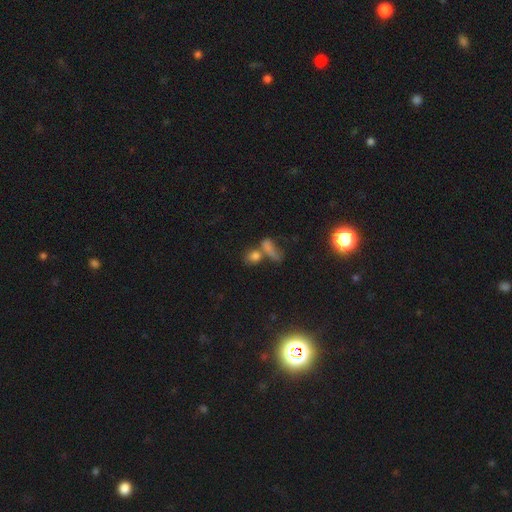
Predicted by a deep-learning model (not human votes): Smooth or featured?
  - smooth: 73% *
  - star or artifact: 15%
  - featured or disk: 12%
How rounded?
  - in between: 50% *
  - round: 42%
  - cigar-shaped: 8%
Merging?
  - merger: 46% *
  - none: 34%
  - minor disturbance: 10%
  - major disturbance: 9%